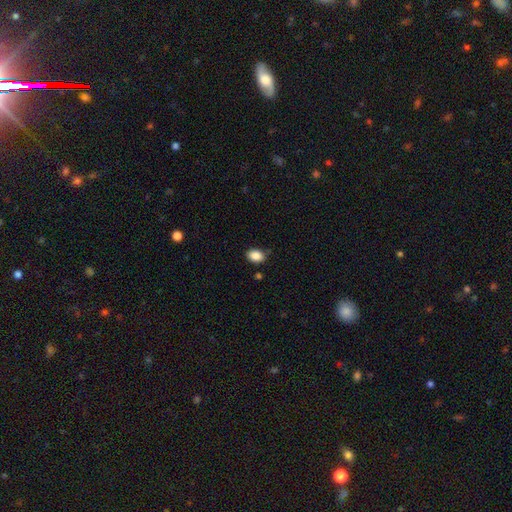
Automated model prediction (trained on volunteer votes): Smooth or featured? Predicted: smooth (p=0.88). How rounded? Predicted: in between (p=0.80). Merging? Predicted: none (p=0.81).